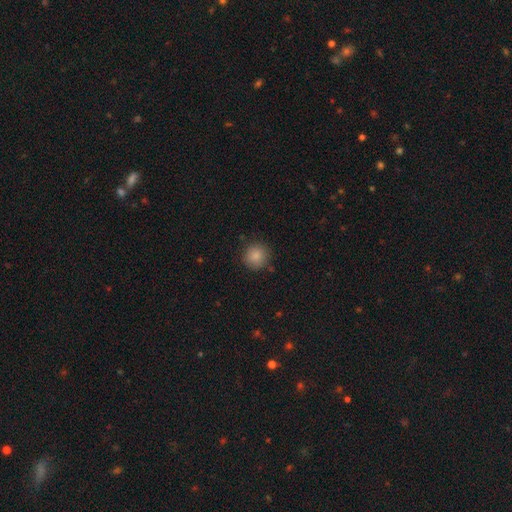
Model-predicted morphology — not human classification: A smooth galaxy with no disk features (86%) that is round (92%). Merging: none (86%).